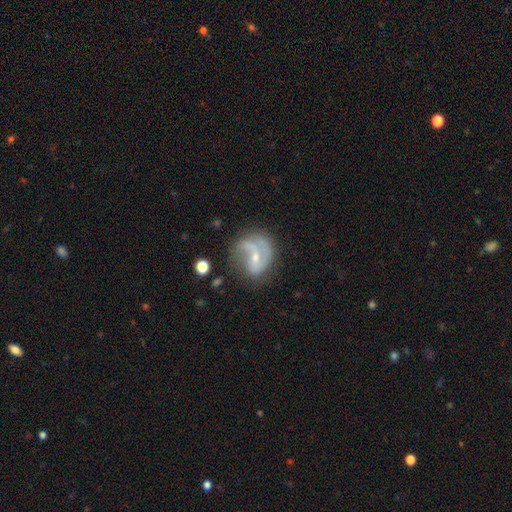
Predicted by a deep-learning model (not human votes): A featured or disk galaxy (74%) with a weak bar (44%), 2 (51%) medium (41%) spiral arms (87%) and a small central bulge (62%).

Vote fractions:
- Smooth or featured? featured or disk: 74% / smooth: 19% / star or artifact: 8%
- Edge-on disk? no: 97% / yes: 3%
- Bar? weak: 44% / no: 39% / strong: 17%
- Spiral arms? yes: 87% / no: 13%
- Spiral winding? medium: 41% / loose: 39% / tight: 20%
- Spiral arm count? 2: 51% / 1: 28% / can't tell: 13% / 3: 5% / 4: 1% / more than 4: 1%
- Bulge size? small: 62% / moderate: 32% / none: 4% / large: 1% / dominant: 1%
- Merging? none: 52% / minor disturbance: 25% / major disturbance: 20% / merger: 4%